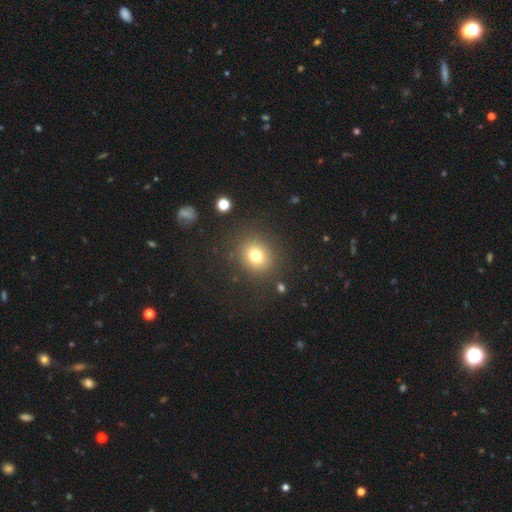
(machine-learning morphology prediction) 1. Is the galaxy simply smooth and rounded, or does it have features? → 76% smooth, 15% star or artifact, 9% featured or disk.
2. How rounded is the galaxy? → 79% round, 20% in between, 1% cigar-shaped.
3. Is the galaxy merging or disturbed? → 86% none, 8% minor disturbance, 4% major disturbance, 2% merger.